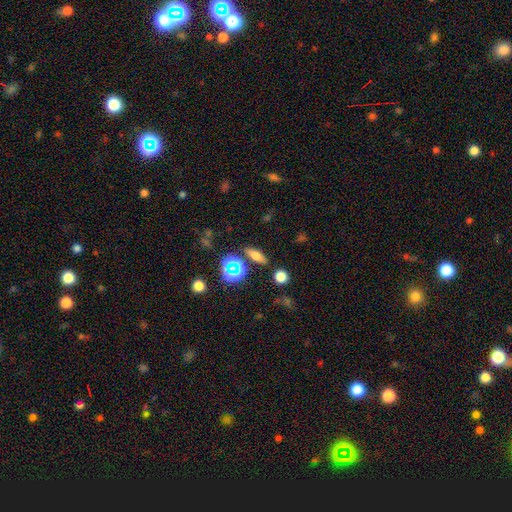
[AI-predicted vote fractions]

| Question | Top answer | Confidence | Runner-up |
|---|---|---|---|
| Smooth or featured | smooth | 60% | featured or disk (22%) |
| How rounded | in between | 50% | cigar-shaped (37%) |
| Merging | none | 83% | minor disturbance (9%) |